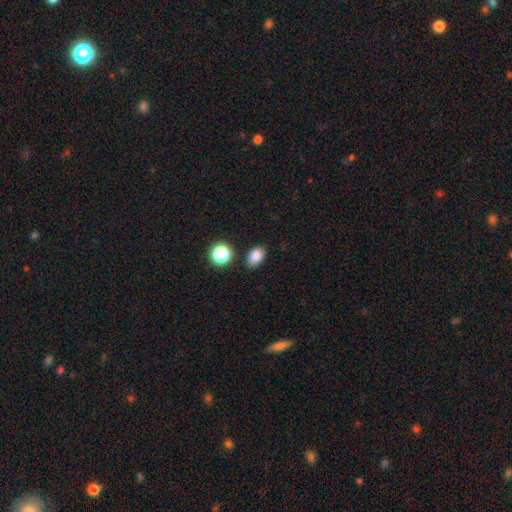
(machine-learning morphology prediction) Overall: smooth (84%). How rounded: in between (81%). Merging: none (82%).